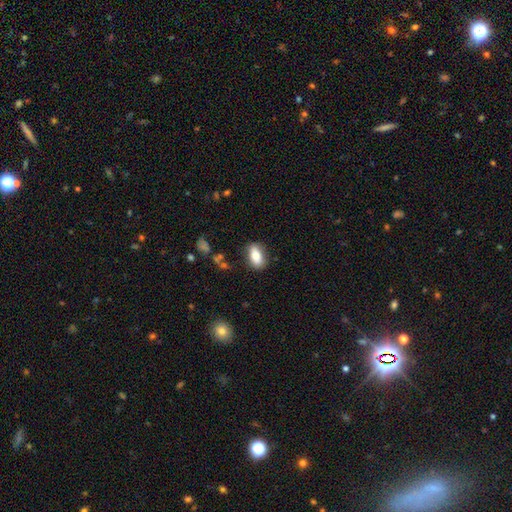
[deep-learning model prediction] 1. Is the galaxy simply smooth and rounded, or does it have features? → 74% smooth, 19% featured or disk, 7% star or artifact.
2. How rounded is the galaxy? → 86% in between, 7% cigar-shaped, 6% round.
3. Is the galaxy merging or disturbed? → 81% none, 13% minor disturbance, 3% major disturbance, 2% merger.